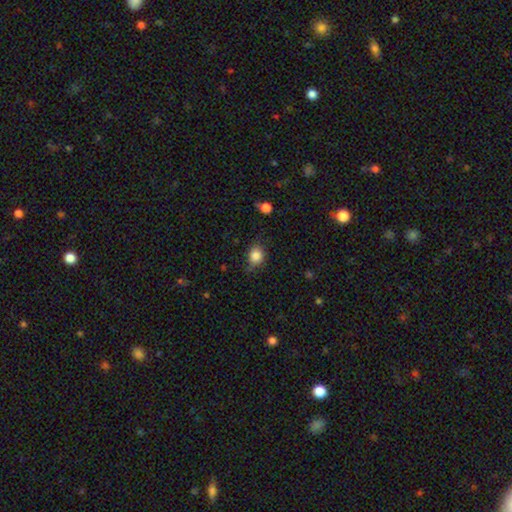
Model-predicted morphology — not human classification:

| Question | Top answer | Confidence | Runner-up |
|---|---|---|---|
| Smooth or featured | smooth | 84% | star or artifact (10%) |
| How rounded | round | 65% | in between (34%) |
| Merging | none | 73% | minor disturbance (20%) |